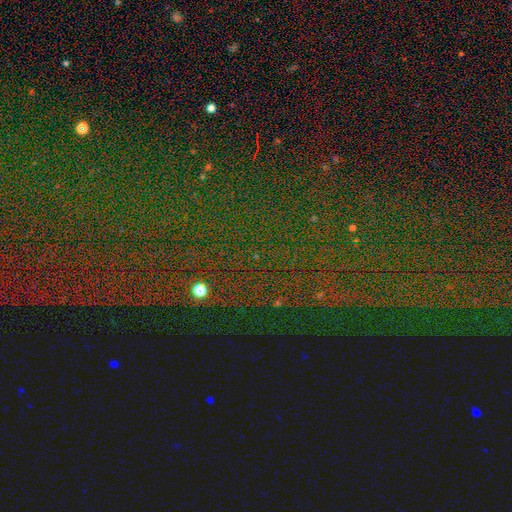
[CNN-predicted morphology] Q: Smooth or featured?
A: star or artifact (85%); runner-up: featured or disk (8%)